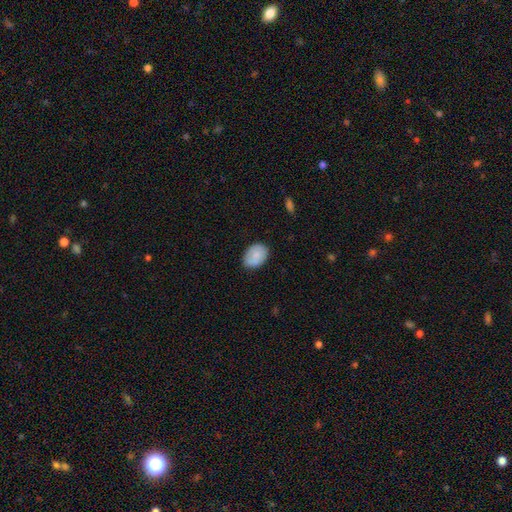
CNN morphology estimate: Smooth or featured?
  - smooth: 82% *
  - featured or disk: 11%
  - star or artifact: 7%
How rounded?
  - in between: 76% *
  - round: 23%
  - cigar-shaped: 1%
Merging?
  - none: 76% *
  - minor disturbance: 20%
  - major disturbance: 3%
  - merger: 1%